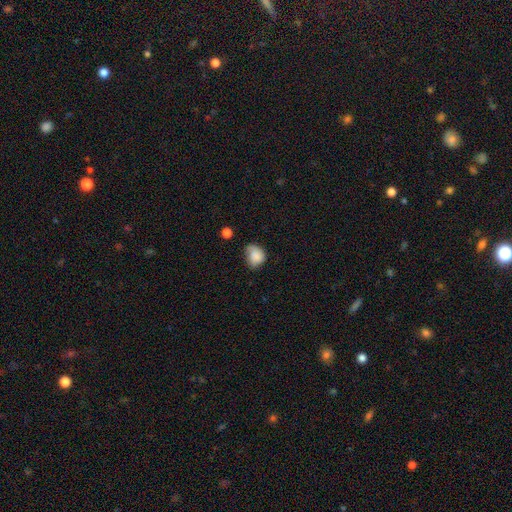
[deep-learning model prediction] Smooth or featured?
  - smooth: 80% *
  - featured or disk: 11%
  - star or artifact: 9%
How rounded?
  - round: 50% *
  - in between: 49%
  - cigar-shaped: 1%
Merging?
  - none: 41% * (tied)
  - minor disturbance: 41% * (tied)
  - major disturbance: 14%
  - merger: 4%